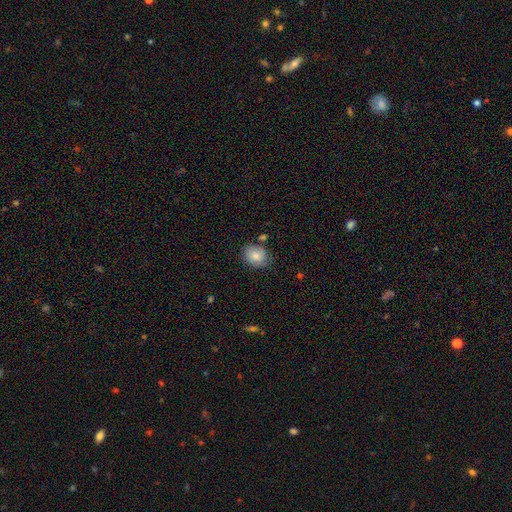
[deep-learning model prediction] smooth-or-featured: smooth: 83% | featured or disk: 9% | star or artifact: 8%
  how-rounded: round: 56% | in between: 44% | cigar-shaped: 1%
  merging: none: 76% | minor disturbance: 16% | merger: 5% | major disturbance: 3%